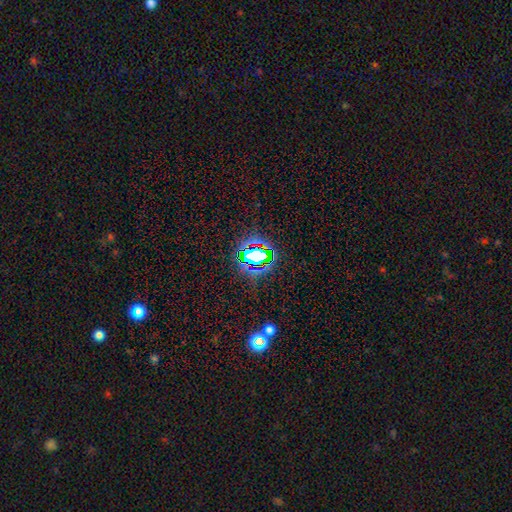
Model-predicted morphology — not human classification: The model was most divided on "smooth or featured": star or artifact: 68%, smooth: 20%, featured or disk: 11%.